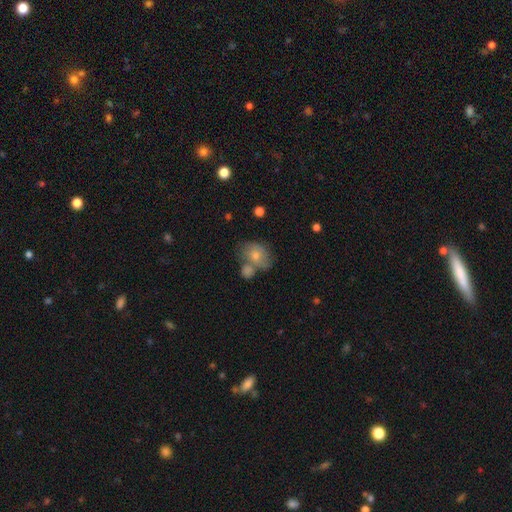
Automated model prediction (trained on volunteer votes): smooth_or_featured: smooth (p=0.65) [alt: featured or disk p=0.27]
how_rounded: in between (p=0.57) [alt: round p=0.41]
merging: none (p=0.38) [alt: merger p=0.33]